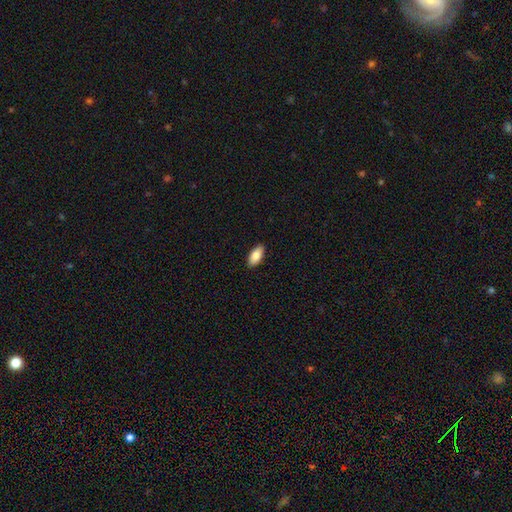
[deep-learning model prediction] Smooth or featured: smooth — 85% (featured or disk — 9%)
How rounded: in between — 90% (cigar-shaped — 8%)
Merging: none — 90% (minor disturbance — 8%)